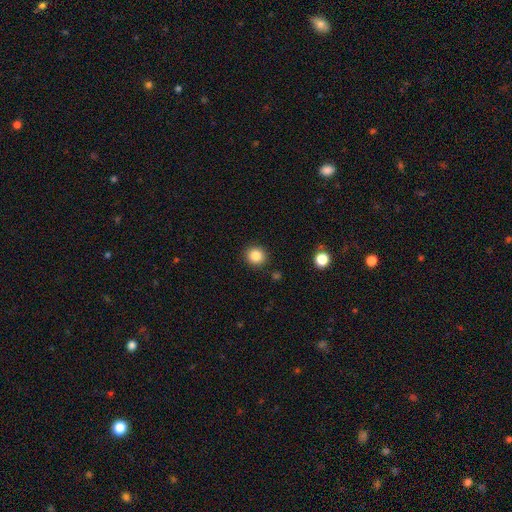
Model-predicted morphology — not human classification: smooth_or_featured: smooth (p=0.85) [alt: star or artifact p=0.10]
how_rounded: round (p=0.91) [alt: in between p=0.08]
merging: none (p=0.90) [alt: minor disturbance p=0.06]